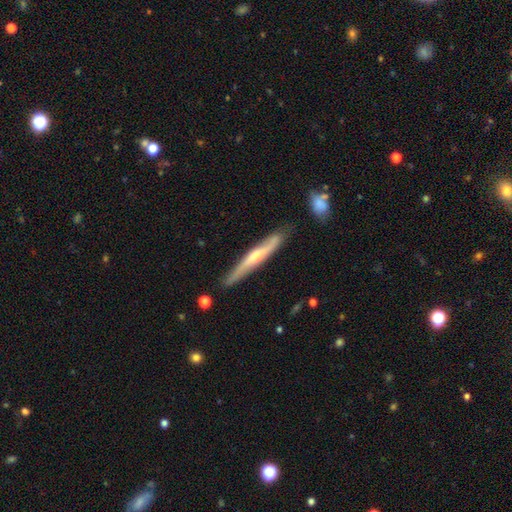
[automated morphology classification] Smooth or featured: featured or disk — 60% (smooth — 34%)
Edge-on disk: yes — 85% (no — 15%)
Edge-on bulge: rounded — 60% (none — 31%)
Merging: none — 78% (minor disturbance — 16%)